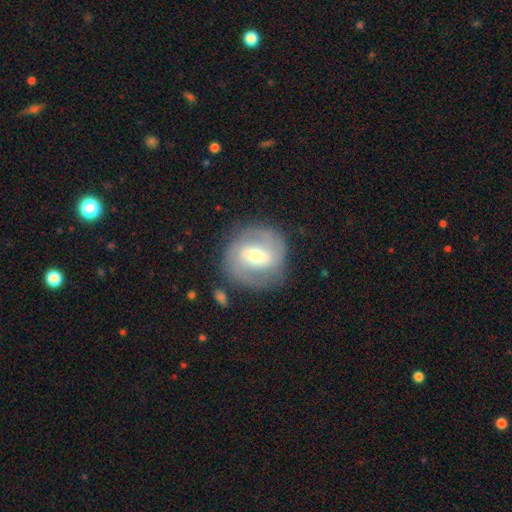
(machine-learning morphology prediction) Smooth or featured: featured or disk — 66% (smooth — 27%)
Edge-on disk: no — 96% (yes — 4%)
Bar: weak — 47% (strong — 33%)
Spiral arms: yes — 74% (no — 26%)
Bulge size: moderate — 64% (small — 26%)
Merging: none — 79% (minor disturbance — 13%)